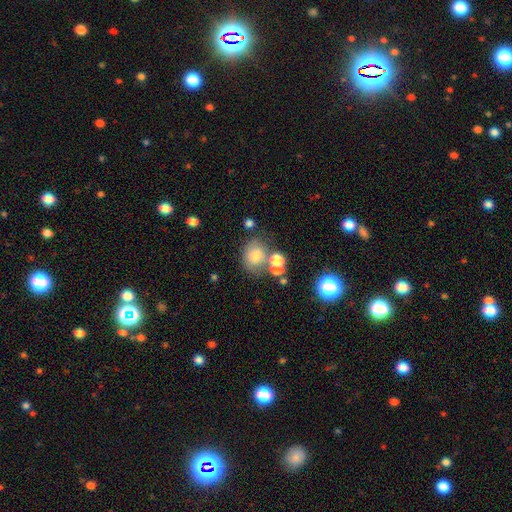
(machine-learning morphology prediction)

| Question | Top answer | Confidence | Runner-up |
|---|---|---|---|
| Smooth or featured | smooth | 67% | featured or disk (18%) |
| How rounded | round | 60% | in between (39%) |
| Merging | none | 48% | merger (26%) |